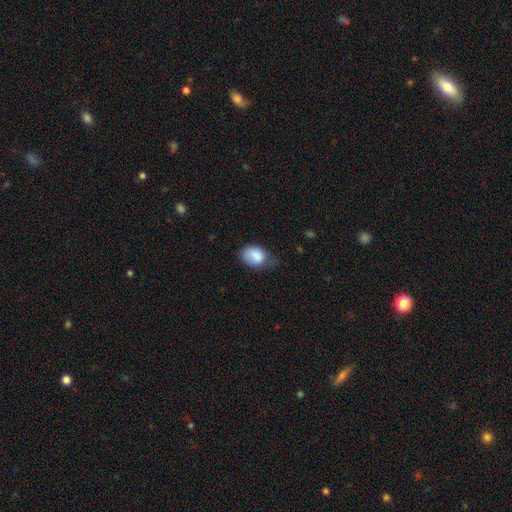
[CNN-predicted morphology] This appears to be a smooth galaxy with no disk features (86%) that is in between round and cigar-shaped (74%). Merging: none (43%).